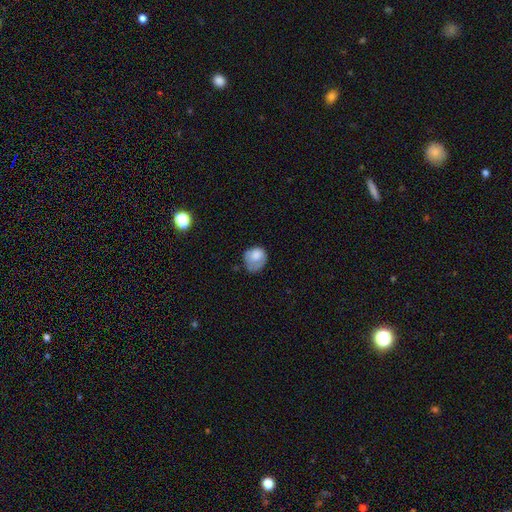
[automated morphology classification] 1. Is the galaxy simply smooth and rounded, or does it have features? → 74% smooth, 18% featured or disk, 9% star or artifact.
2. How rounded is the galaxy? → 66% round, 33% in between, 1% cigar-shaped.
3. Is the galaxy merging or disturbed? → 38% none, 34% minor disturbance, 24% major disturbance, 3% merger.